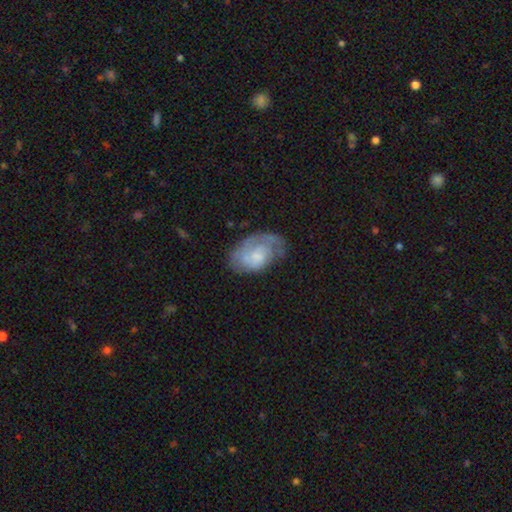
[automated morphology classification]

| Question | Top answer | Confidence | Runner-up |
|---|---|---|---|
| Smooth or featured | featured or disk | 58% | smooth (35%) |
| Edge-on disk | no | 96% | yes (4%) |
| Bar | no | 73% | weak (24%) |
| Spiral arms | yes | 74% | no (26%) |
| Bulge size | small | 38% | moderate (30%) |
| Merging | none | 51% | minor disturbance (28%) |